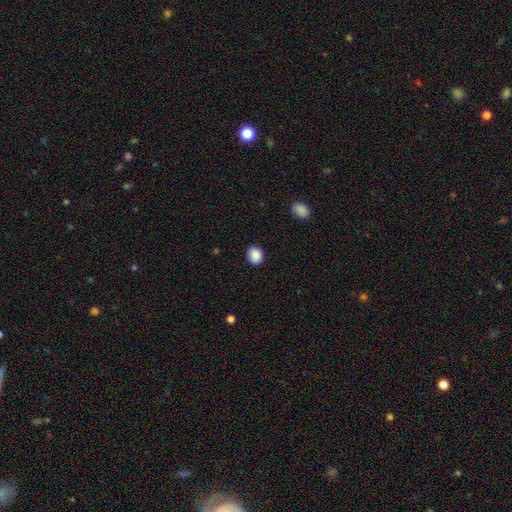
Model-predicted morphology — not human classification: This is clearly a smooth galaxy (89%). How rounded: possibly round (59%). Merging: clearly none (89%).